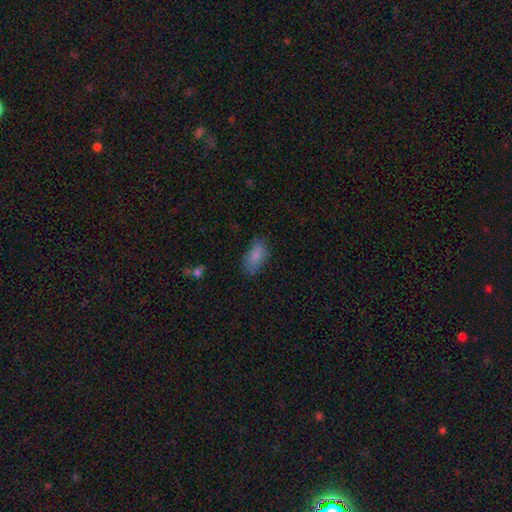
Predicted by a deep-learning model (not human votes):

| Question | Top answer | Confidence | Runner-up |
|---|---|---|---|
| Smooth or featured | smooth | 84% | featured or disk (8%) |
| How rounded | in between | 89% | cigar-shaped (7%) |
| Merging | none | 73% | minor disturbance (20%) |